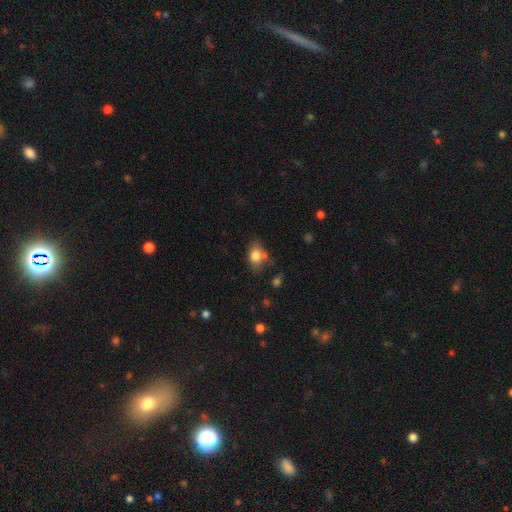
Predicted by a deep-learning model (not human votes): smooth-or-featured: smooth: 79% | featured or disk: 11% | star or artifact: 9%
  how-rounded: in between: 69% | round: 30% | cigar-shaped: 1%
  merging: none: 51% | minor disturbance: 29% | major disturbance: 11% | merger: 9%